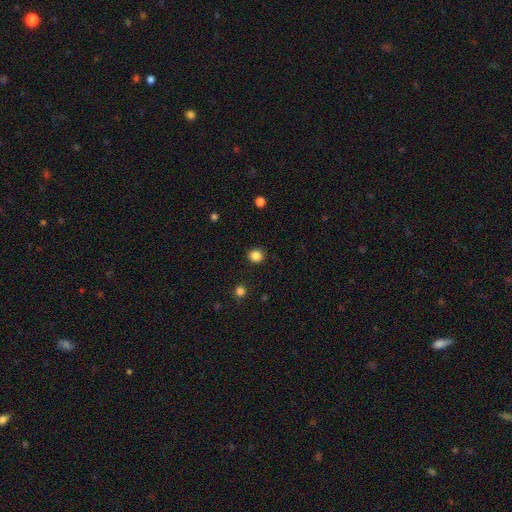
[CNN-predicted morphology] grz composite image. It shows a smooth galaxy with no disk features (85%) that is round (91%). Merging: none (92%).